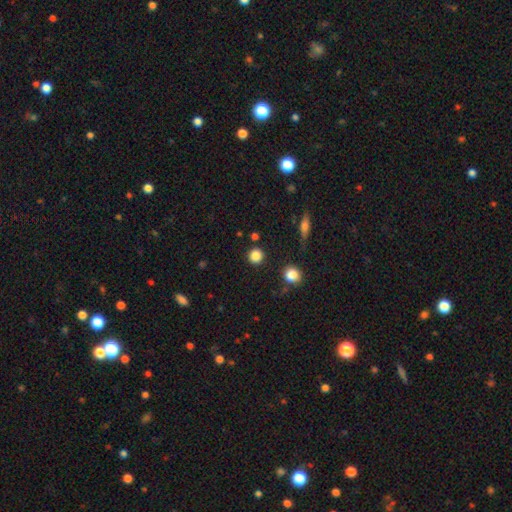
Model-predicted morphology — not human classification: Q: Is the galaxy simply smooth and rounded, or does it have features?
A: smooth — 85%.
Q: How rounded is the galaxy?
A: round — 93%.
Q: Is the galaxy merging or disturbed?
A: none — 89%.